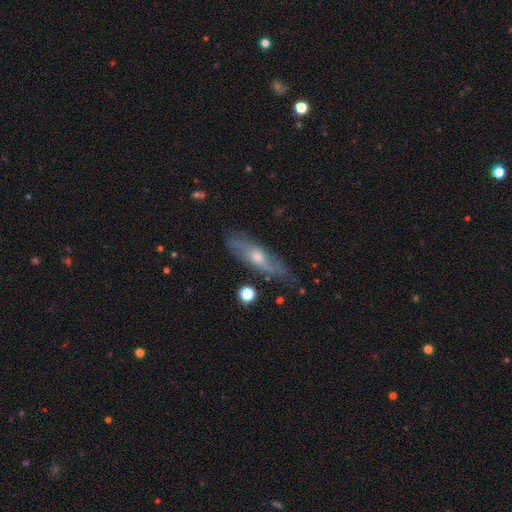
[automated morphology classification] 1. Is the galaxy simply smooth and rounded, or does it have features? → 61% featured or disk, 31% smooth, 9% star or artifact.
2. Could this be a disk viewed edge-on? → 53% yes, 47% no.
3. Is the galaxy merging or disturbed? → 76% none, 18% minor disturbance, 4% major disturbance, 2% merger.